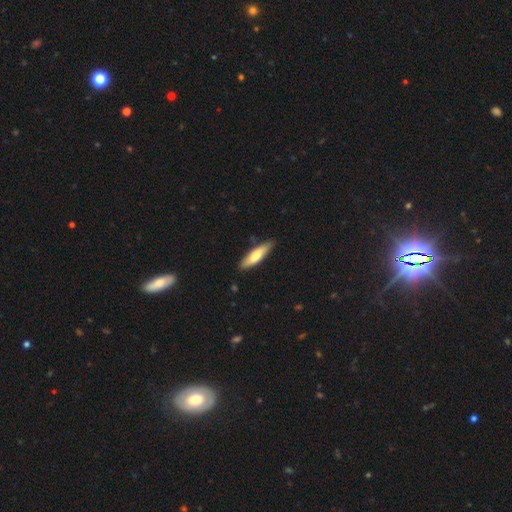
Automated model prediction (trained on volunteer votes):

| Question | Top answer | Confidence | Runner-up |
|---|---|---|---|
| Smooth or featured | smooth | 69% | featured or disk (26%) |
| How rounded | cigar-shaped | 64% | in between (35%) |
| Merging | none | 83% | minor disturbance (13%) |